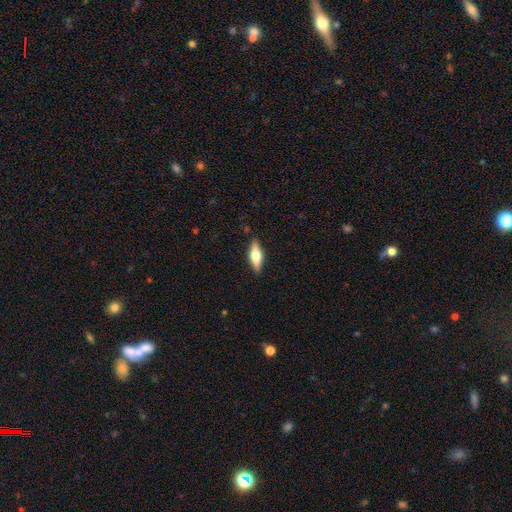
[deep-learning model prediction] featured or disk 49%, smooth 45%, star or artifact 6%. Down the decision tree: merging — none (87%).